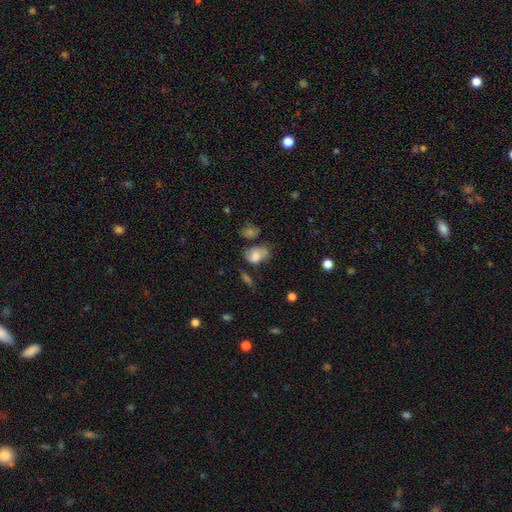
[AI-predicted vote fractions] Overall: smooth (63%; featured or disk 25%). How rounded: in between (77%). Merging: none (38%; minor disturbance 28%).